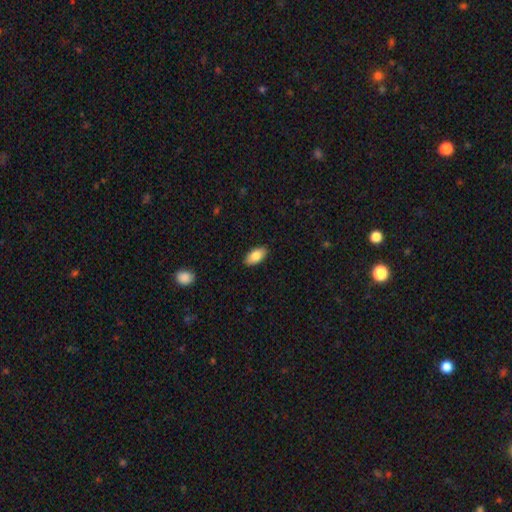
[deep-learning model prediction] Q: Smooth or featured?
A: smooth (85%); runner-up: featured or disk (9%)
Q: How rounded?
A: in between (93%); runner-up: cigar-shaped (4%)
Q: Merging?
A: none (88%); runner-up: minor disturbance (9%)